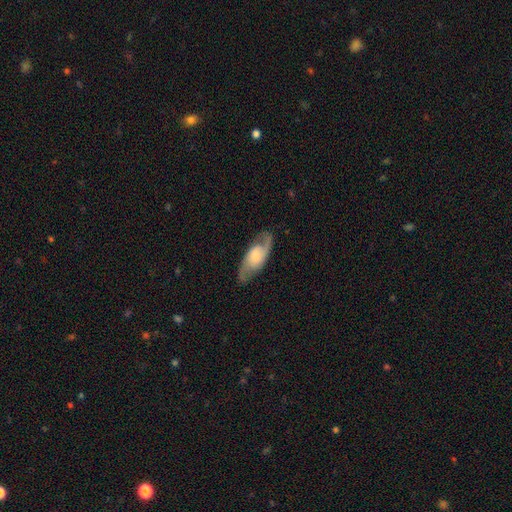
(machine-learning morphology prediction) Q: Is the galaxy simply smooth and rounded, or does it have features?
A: featured or disk — 70%.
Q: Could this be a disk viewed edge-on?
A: no — 90%.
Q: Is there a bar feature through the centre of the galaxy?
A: no — 52%.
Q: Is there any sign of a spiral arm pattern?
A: yes — 91%.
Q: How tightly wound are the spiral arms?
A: medium — 49%.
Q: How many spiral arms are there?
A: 2 — 85%.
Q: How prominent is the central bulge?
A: moderate — 37%.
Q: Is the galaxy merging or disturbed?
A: none — 78%.